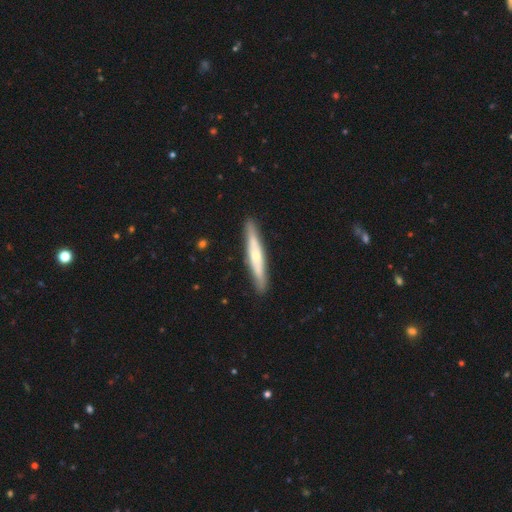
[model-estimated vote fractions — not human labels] Smooth or featured? featured or disk (56%)
Edge-on disk? yes (88%)
Merging? none (89%)